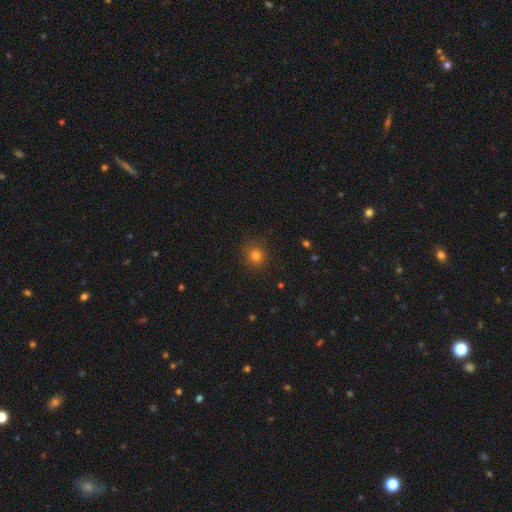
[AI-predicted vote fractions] Morphology: type=smooth (80%); roundness=round (88%); merging=none (89%).